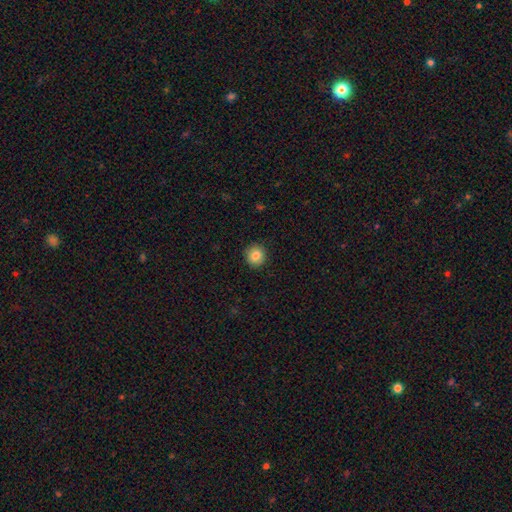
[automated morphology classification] A smooth galaxy with no disk features (84%) that is round (91%). Merging: none (91%).